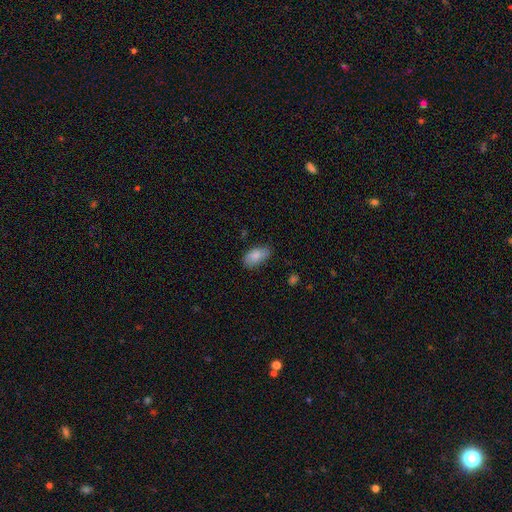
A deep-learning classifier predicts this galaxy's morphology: Smooth or featured? Predicted: smooth (p=0.85). How rounded? Predicted: in between (p=0.92). Merging? Predicted: none (p=0.66).